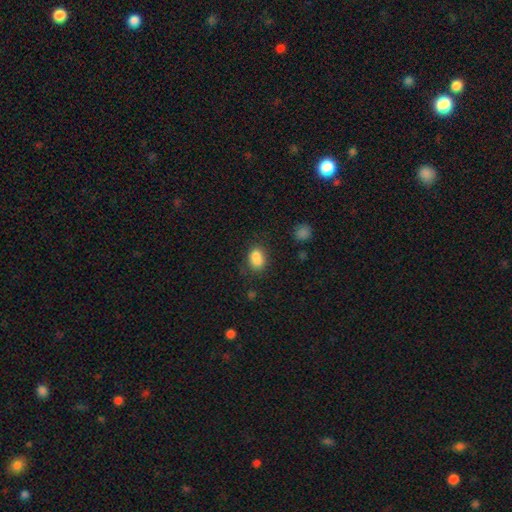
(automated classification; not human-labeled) This appears to be a smooth galaxy with no disk features (83%) that is in between round and cigar-shaped (71%). Merging: none (62%).